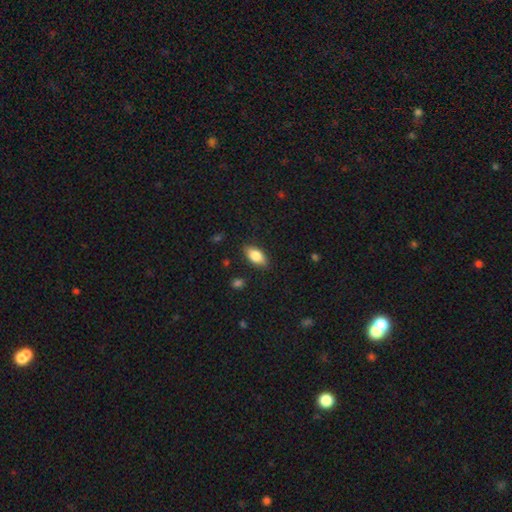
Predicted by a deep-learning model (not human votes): This is clearly a smooth galaxy (81%). How rounded: clearly in between (89%). Merging: clearly none (86%).